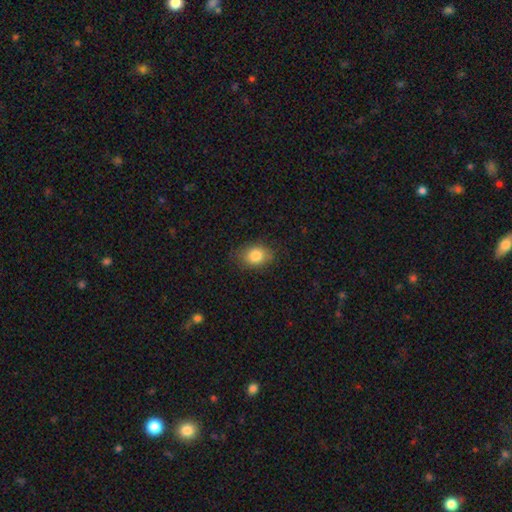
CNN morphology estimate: Smooth or featured? Predicted: smooth (p=0.83). How rounded? Predicted: in between (p=0.68). Merging? Predicted: none (p=0.80).